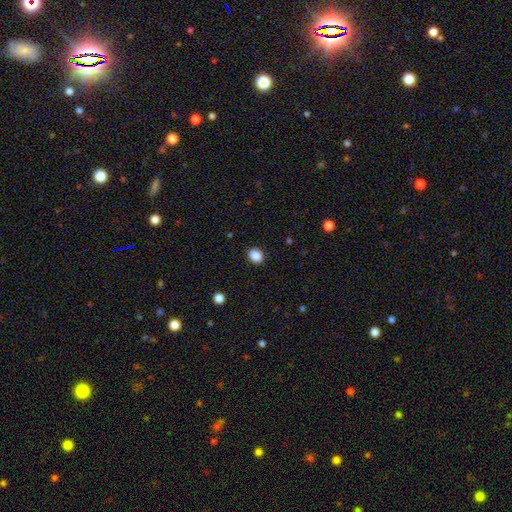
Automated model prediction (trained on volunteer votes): Overall: smooth (88%). How rounded: in between (56%; round 43%). Merging: none (89%).